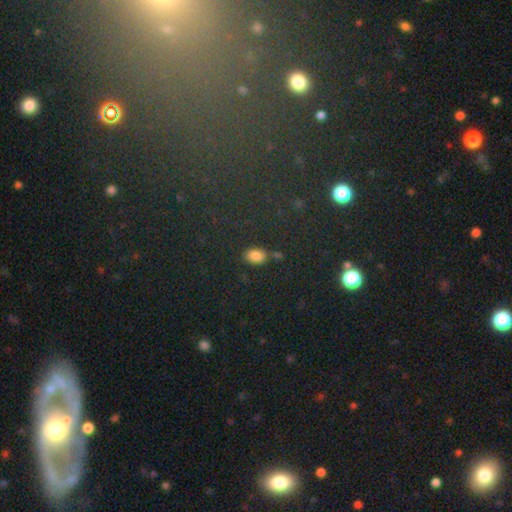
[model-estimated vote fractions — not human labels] Smooth or featured: smooth — 81% (star or artifact — 14%)
How rounded: in between — 88% (round — 10%)
Merging: none — 74% (minor disturbance — 15%)